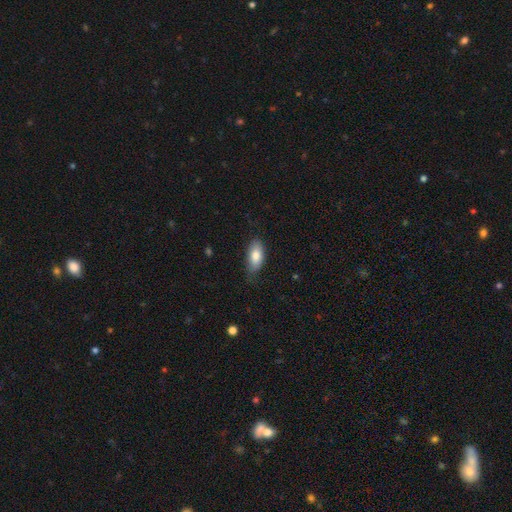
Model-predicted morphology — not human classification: Smooth or featured?
  - smooth: 81% *
  - featured or disk: 12%
  - star or artifact: 6%
How rounded?
  - in between: 89% *
  - cigar-shaped: 8%
  - round: 3%
Merging?
  - none: 72% *
  - minor disturbance: 23%
  - major disturbance: 4%
  - merger: 1%